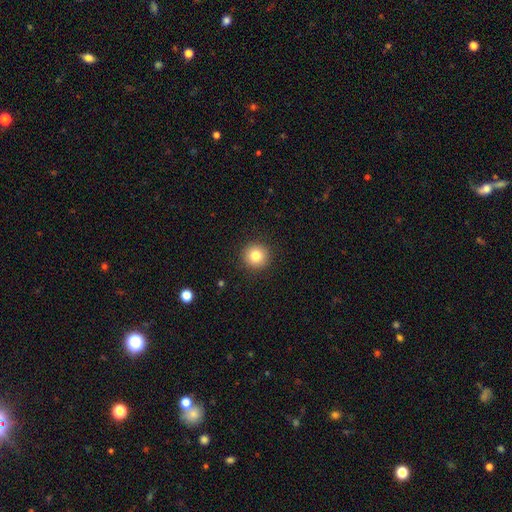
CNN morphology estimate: Overall: smooth (83%). How rounded: round (94%). Merging: none (92%).